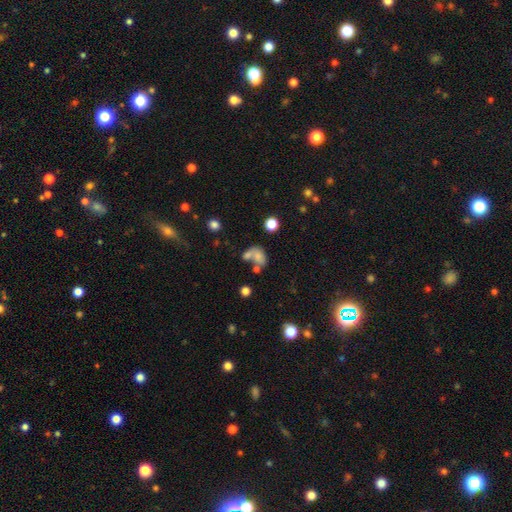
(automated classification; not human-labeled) This appears to be a smooth galaxy with no disk features (67%) that is in between round and cigar-shaped (73%). Merging: merger (47%).